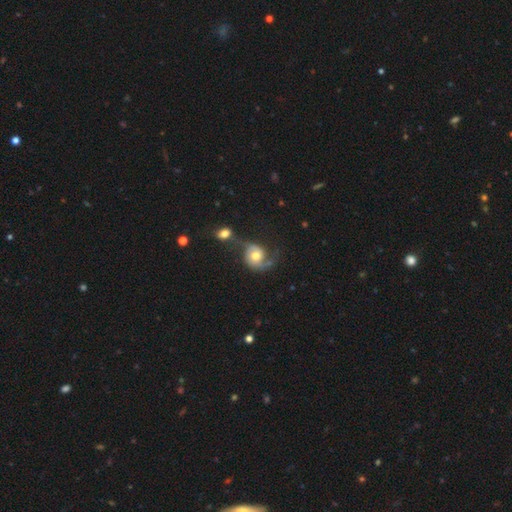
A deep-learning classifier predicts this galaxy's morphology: Smooth or featured? Predicted: featured or disk (p=0.67). Edge-on disk? Predicted: no (p=0.97). Bar? Predicted: no (p=0.74). Spiral arms? Predicted: yes (p=0.89). Spiral winding? Predicted: loose (p=0.46). Spiral arm count? Predicted: 2 (p=0.66). Bulge size? Predicted: moderate (p=0.69). Merging? Predicted: none (p=0.38).